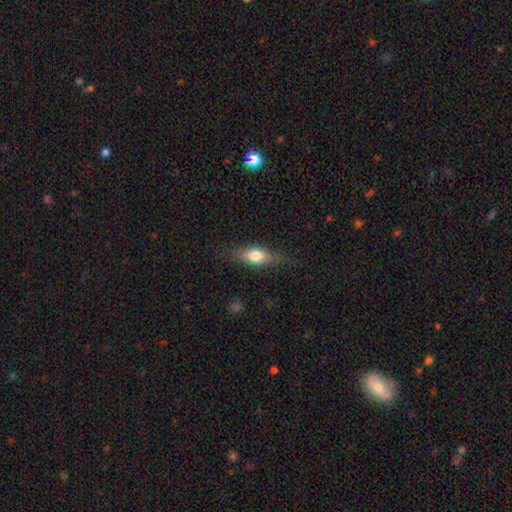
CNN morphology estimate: smooth 63%, featured or disk 30%, star or artifact 7%. Down the decision tree: how rounded — in between (59%); merging — none (75%).